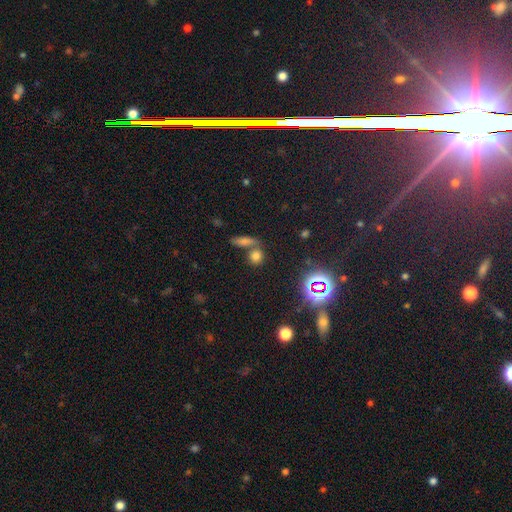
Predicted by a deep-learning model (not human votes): This appears to be a smooth galaxy with no disk features (69%) that is round (64%). Merging: none (56%).